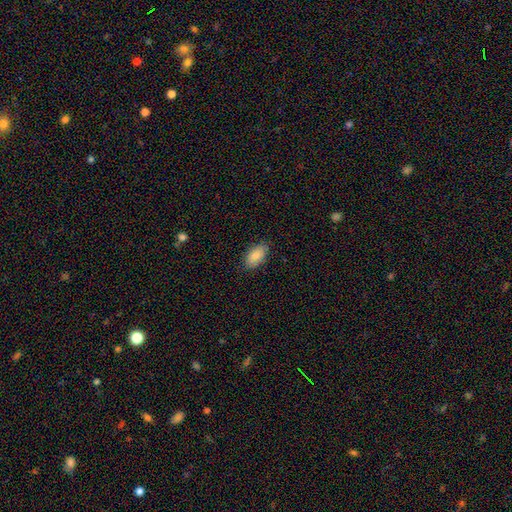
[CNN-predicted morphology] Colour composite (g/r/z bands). It shows a smooth galaxy with no disk features (85%) that is in between round and cigar-shaped (94%). Merging: none (84%).